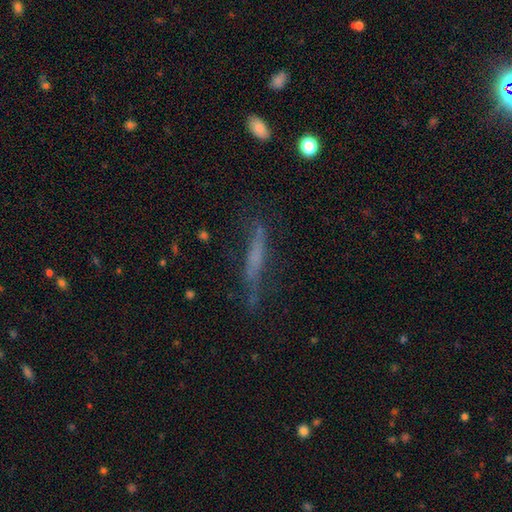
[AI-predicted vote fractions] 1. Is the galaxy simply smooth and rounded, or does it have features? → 45% featured or disk, 40% smooth, 14% star or artifact.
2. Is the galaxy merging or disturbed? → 63% none, 22% minor disturbance, 11% major disturbance, 3% merger.